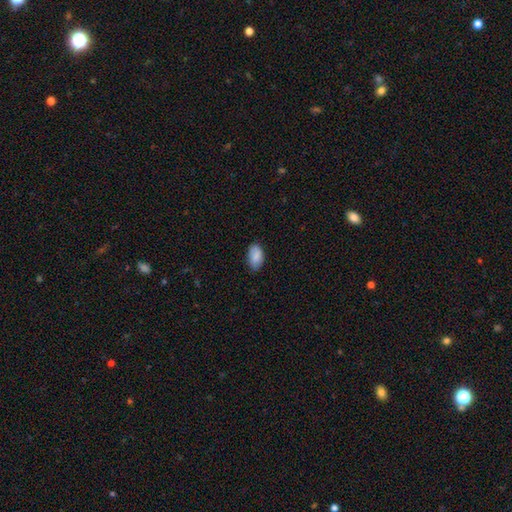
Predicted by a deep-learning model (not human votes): Smooth or featured: smooth — 87% (star or artifact — 7%)
How rounded: in between — 94% (round — 4%)
Merging: none — 79% (minor disturbance — 17%)